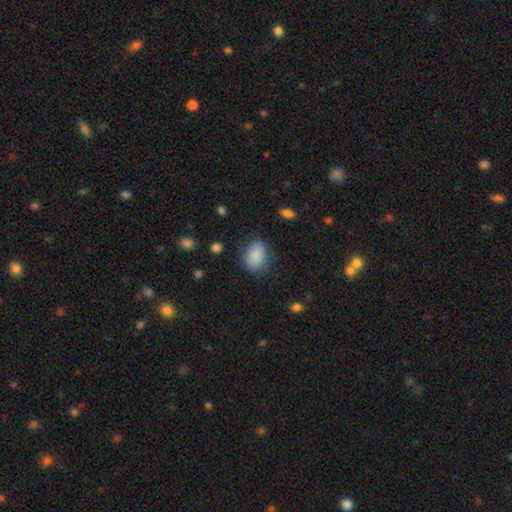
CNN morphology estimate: smooth_or_featured: smooth (p=0.87) [alt: star or artifact p=0.08]
how_rounded: in between (p=0.63) [alt: round p=0.36]
merging: none (p=0.76) [alt: minor disturbance p=0.17]